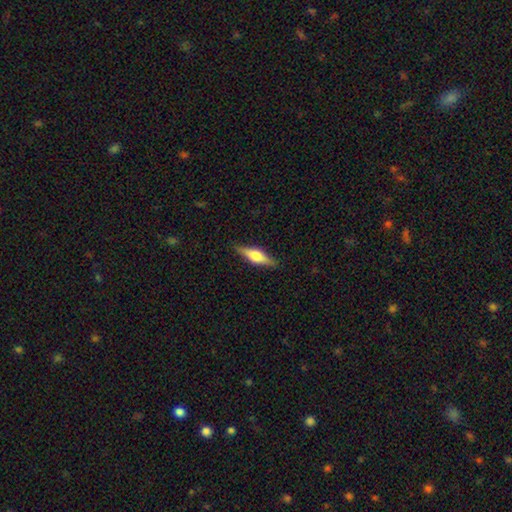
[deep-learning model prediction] Overall: featured or disk (55%; smooth 38%). Edge-on disk: yes (96%). Edge-on bulge: rounded (88%). Merging: none (89%).